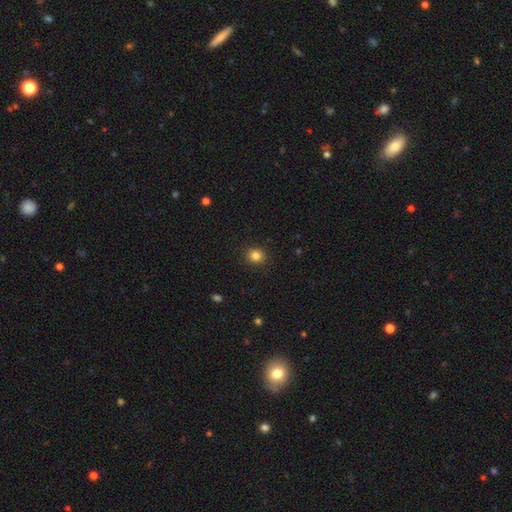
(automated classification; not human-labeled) A smooth galaxy with no disk features (84%) that is round (84%). Merging: none (91%).